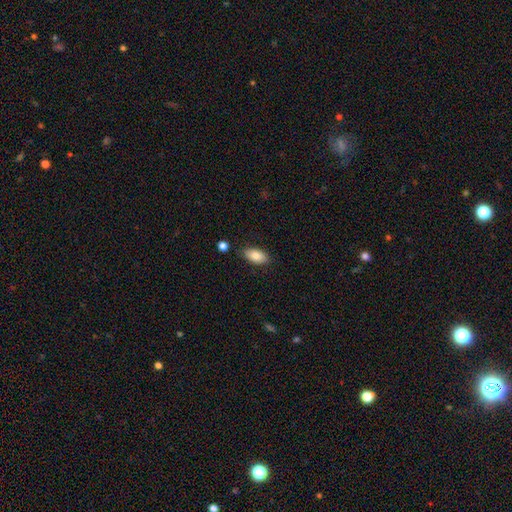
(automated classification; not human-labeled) Overall: smooth (83%). How rounded: in between (93%). Merging: none (84%).